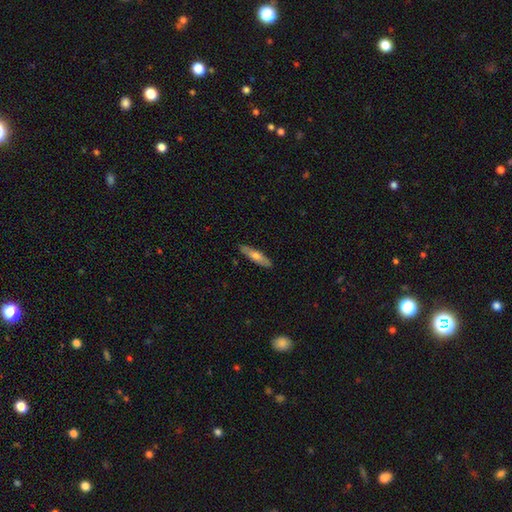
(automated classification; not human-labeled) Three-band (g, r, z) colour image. It shows a smooth galaxy with no disk features (54%) that is cigar-shaped (75%). Merging: none (88%).